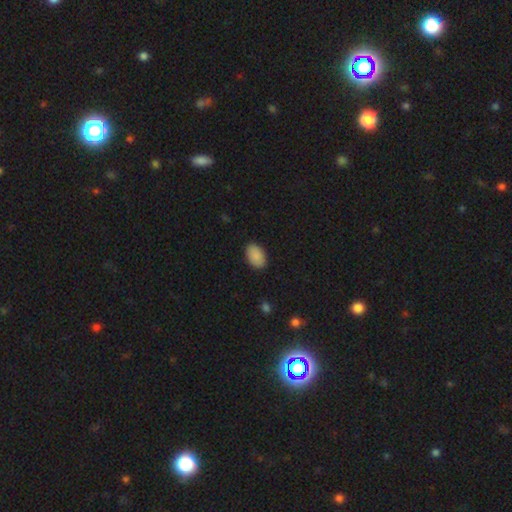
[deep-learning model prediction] This appears to be a smooth galaxy with no disk features (90%) that is in between round and cigar-shaped (92%). Merging: none (88%).